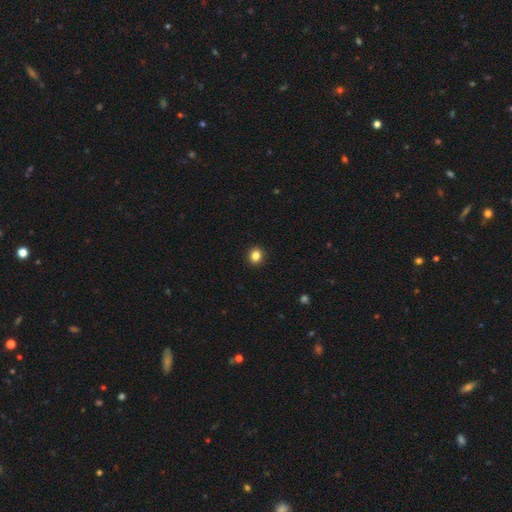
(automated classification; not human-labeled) smooth_or_featured: smooth (p=0.85) [alt: star or artifact p=0.11]
how_rounded: round (p=0.77) [alt: in between p=0.22]
merging: none (p=0.93) [alt: minor disturbance p=0.05]